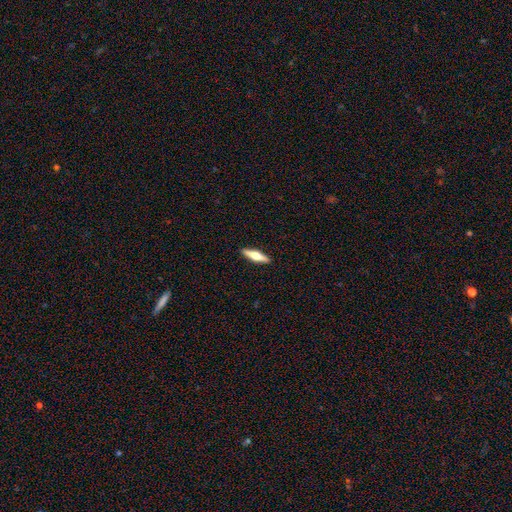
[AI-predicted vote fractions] smooth-or-featured: featured or disk: 54% | smooth: 40% | star or artifact: 5%
  disk-edge-on: yes: 95% | no: 5%
    edge-on-bulge: rounded: 94% | boxy: 3% | none: 2%
  merging: none: 91% | minor disturbance: 6% | major disturbance: 1% | merger: 1%